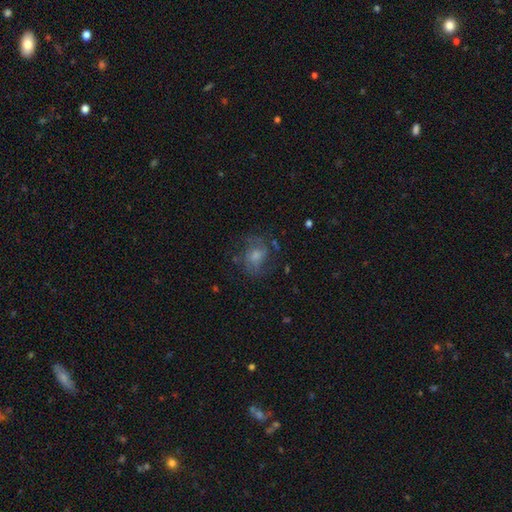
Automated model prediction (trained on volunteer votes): Smooth or featured? featured or disk (50%)
Merging? none (61%)